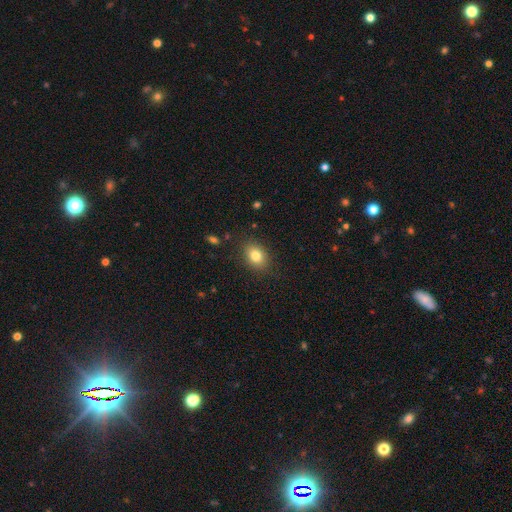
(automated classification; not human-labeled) Smooth or featured? smooth (82%)
How rounded? in between (72%)
Merging? none (86%)